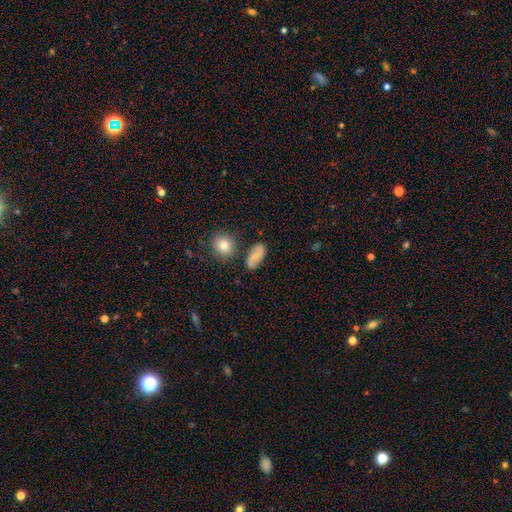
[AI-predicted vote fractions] Morphology: type=smooth (49%); merging=none (71%).